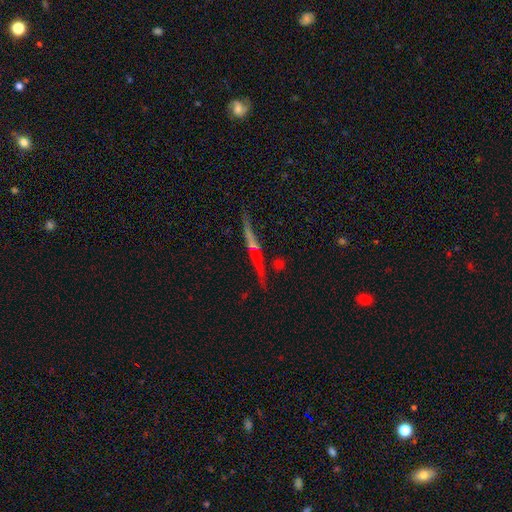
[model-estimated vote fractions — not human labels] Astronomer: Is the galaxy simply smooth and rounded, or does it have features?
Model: featured or disk — 60%.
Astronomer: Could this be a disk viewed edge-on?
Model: yes — 93%.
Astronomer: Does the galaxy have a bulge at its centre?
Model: none — 53% (runner-up: rounded, 36%).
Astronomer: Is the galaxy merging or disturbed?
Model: none — 77%.